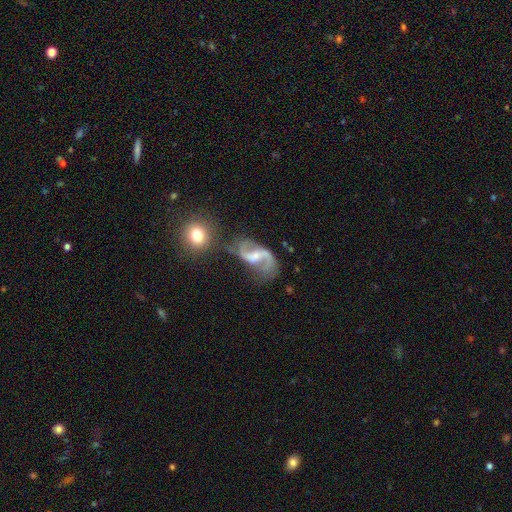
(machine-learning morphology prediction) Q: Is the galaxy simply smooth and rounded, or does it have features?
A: featured or disk — 89%.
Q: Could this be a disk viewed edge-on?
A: no — 98%.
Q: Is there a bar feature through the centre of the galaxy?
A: weak — 51%.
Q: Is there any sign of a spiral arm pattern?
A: yes — 96%.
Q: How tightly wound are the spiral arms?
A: loose — 61%.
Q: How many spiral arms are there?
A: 2 — 92%.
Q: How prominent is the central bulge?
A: small — 54%.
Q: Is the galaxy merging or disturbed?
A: none — 54%.